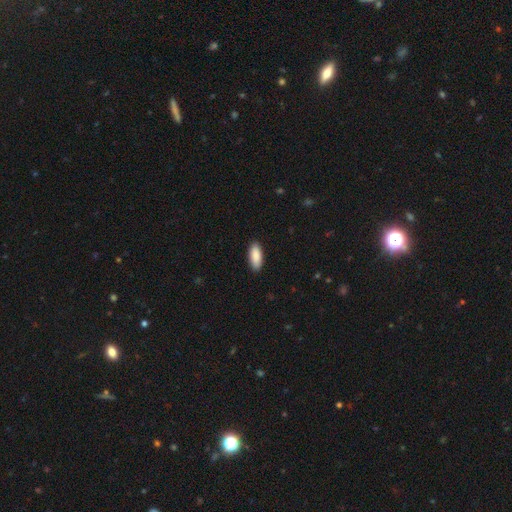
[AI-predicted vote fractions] Overall: smooth (90%). How rounded: in between (80%). Merging: none (90%).